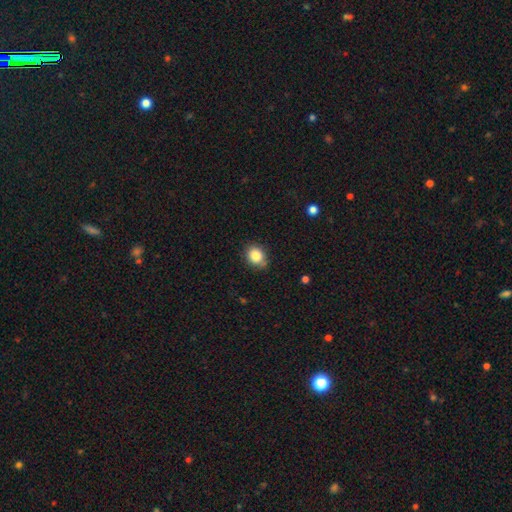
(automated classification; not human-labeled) This appears to be a smooth galaxy with no disk features (84%) that is round (61%). Merging: none (77%).